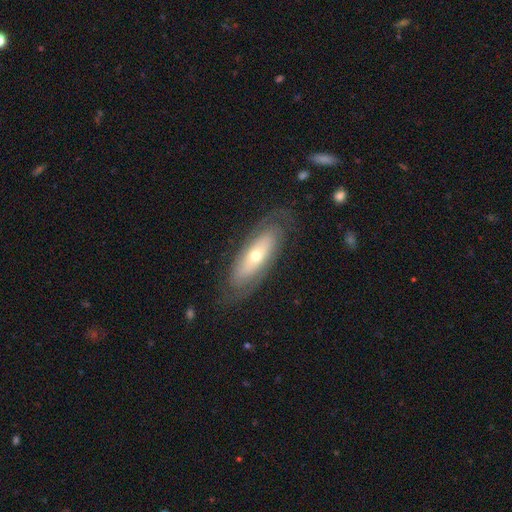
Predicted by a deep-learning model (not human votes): Overall: featured or disk (62%; smooth 32%). Edge-on disk: no (78%). Merging: none (76%).